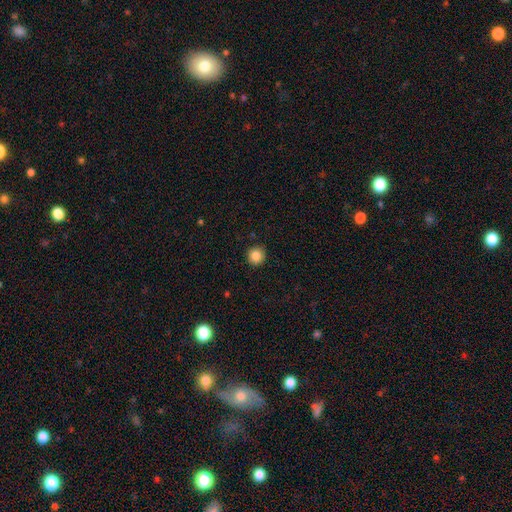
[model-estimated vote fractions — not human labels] Smooth or featured? smooth (85%)
How rounded? round (94%)
Merging? none (92%)